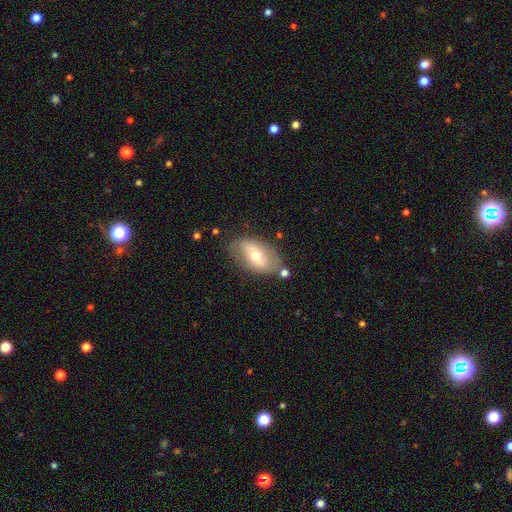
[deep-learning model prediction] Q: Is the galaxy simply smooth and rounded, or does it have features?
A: smooth — 47%.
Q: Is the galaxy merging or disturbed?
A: none — 71%.